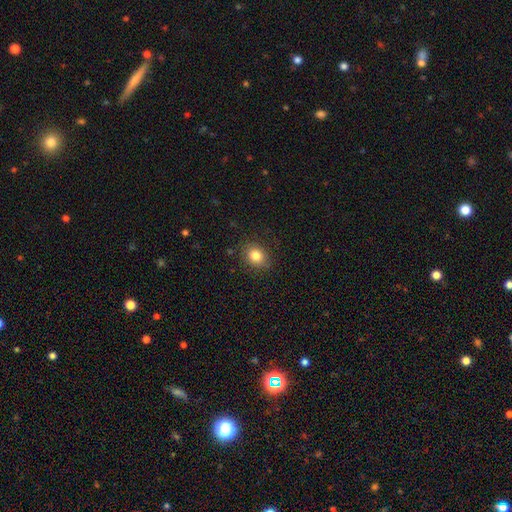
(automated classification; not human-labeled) smooth-or-featured: smooth: 83% | star or artifact: 10% | featured or disk: 7%
  how-rounded: round: 54% | in between: 45% | cigar-shaped: 1%
  merging: none: 85% | minor disturbance: 11% | major disturbance: 3% | merger: 1%